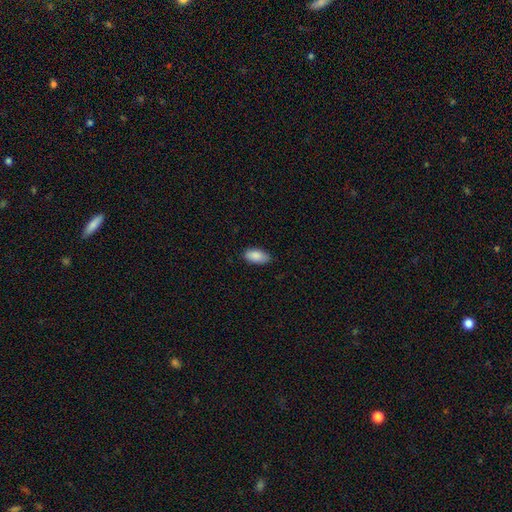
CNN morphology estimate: type=smooth (88%); roundness=in between (92%); merging=none (84%).